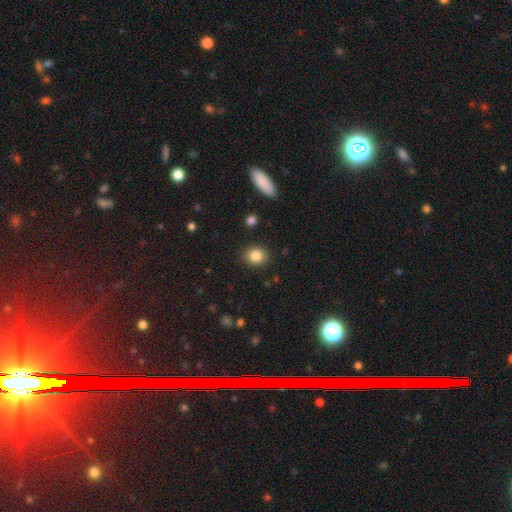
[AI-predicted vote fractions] Morphology: type=smooth (85%); roundness=round (76%); merging=none (89%).